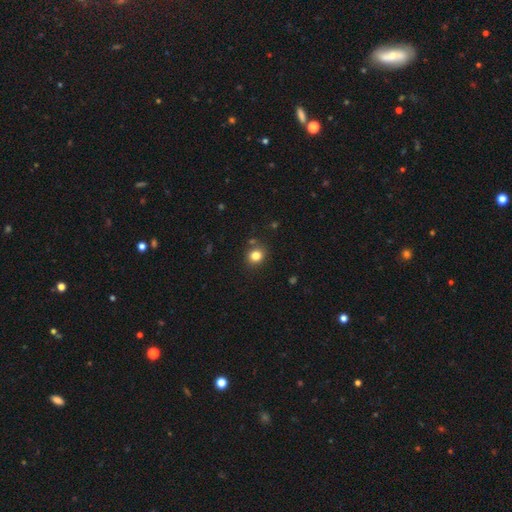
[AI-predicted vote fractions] Smooth or featured: smooth — 82% (star or artifact — 12%)
How rounded: round — 81% (in between — 19%)
Merging: none — 82% (minor disturbance — 10%)